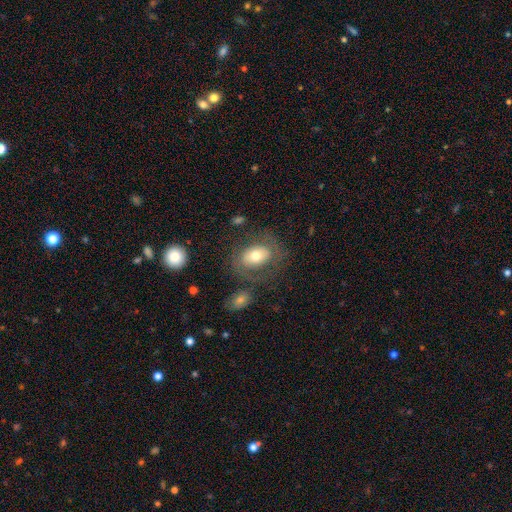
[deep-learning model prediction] Smooth or featured? smooth (57%)
How rounded? in between (73%)
Merging? none (64%)